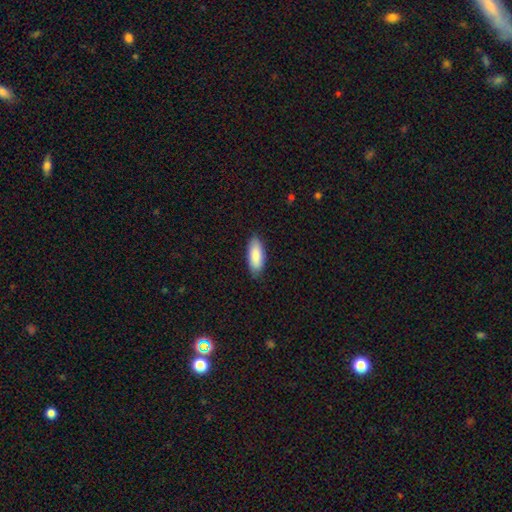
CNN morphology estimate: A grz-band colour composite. It shows a smooth galaxy with no disk features (87%) that is in between round and cigar-shaped (77%). Merging: none (85%).